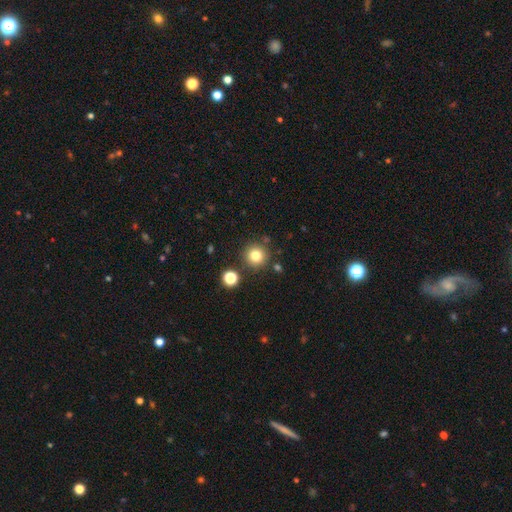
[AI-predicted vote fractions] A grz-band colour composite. It shows a smooth galaxy with no disk features (78%) that is round (94%). Merging: none (84%).